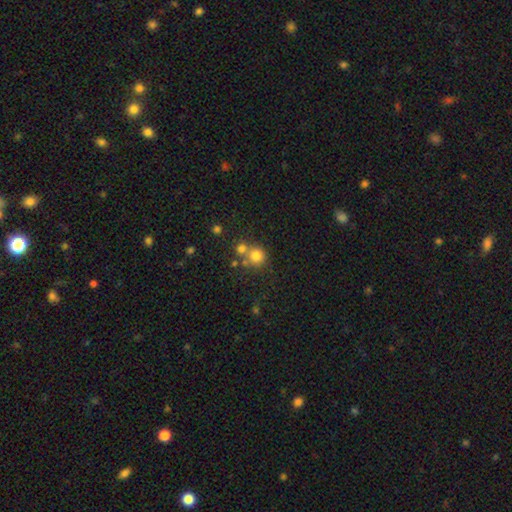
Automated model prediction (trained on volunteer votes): smooth 77%, star or artifact 14%, featured or disk 10%. Down the decision tree: how rounded — round (89%); merging — none (55%).